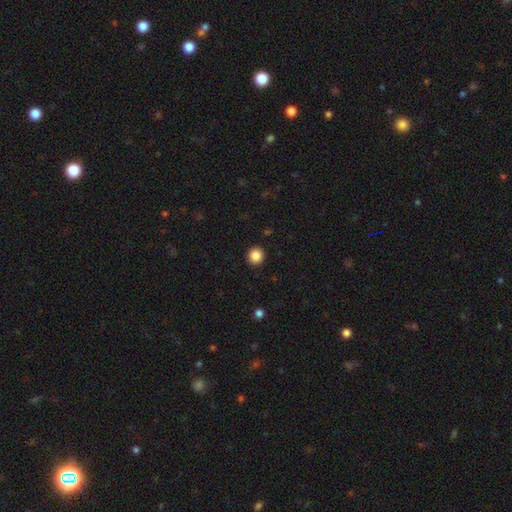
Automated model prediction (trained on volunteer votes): A smooth galaxy with no disk features (87%) that is round (95%). Merging: none (93%).